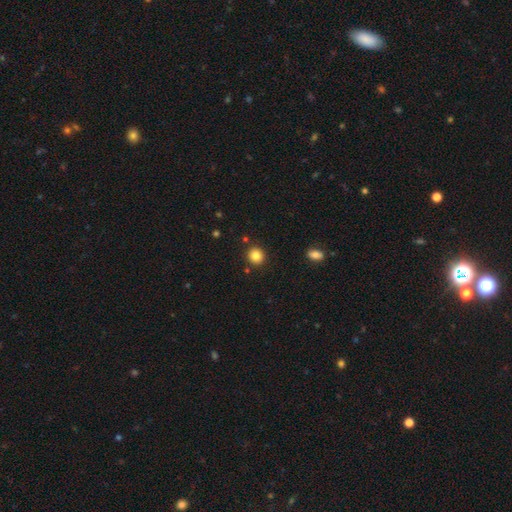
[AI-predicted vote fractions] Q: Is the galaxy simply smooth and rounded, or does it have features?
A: smooth — 85%.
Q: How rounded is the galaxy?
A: round — 90%.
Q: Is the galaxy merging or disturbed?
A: none — 89%.